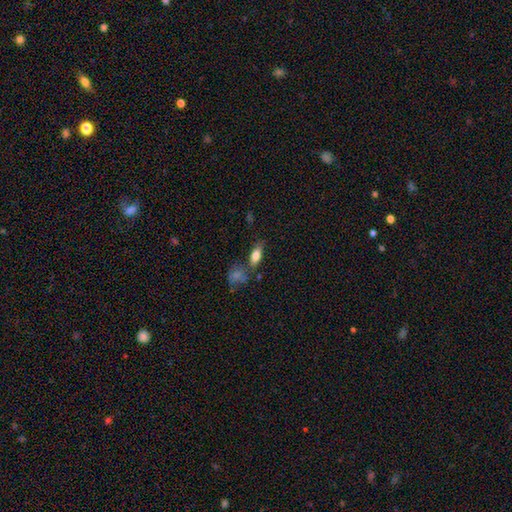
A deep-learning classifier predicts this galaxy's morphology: Smooth or featured?
  - smooth: 79% *
  - featured or disk: 13%
  - star or artifact: 8%
How rounded?
  - in between: 81% *
  - cigar-shaped: 15%
  - round: 5%
Merging?
  - none: 68% *
  - minor disturbance: 16%
  - merger: 12%
  - major disturbance: 5%